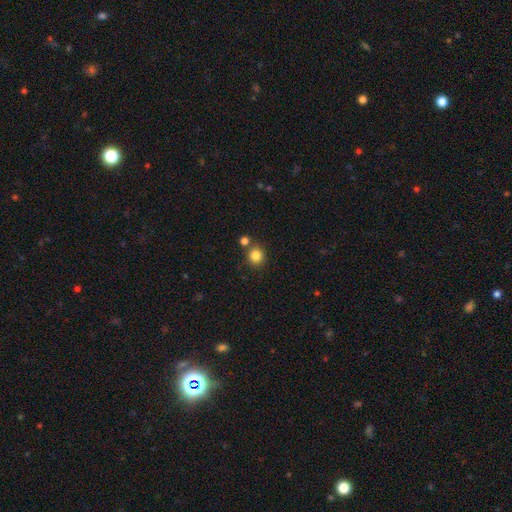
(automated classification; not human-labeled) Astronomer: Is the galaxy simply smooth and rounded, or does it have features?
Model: smooth — 83%.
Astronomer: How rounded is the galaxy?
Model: round — 89%.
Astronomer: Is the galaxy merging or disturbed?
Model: none — 76%.